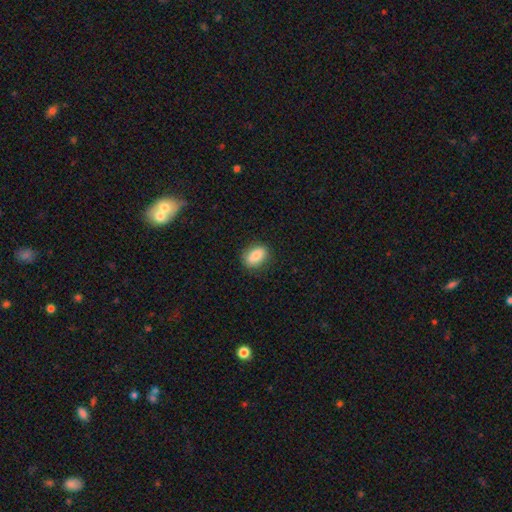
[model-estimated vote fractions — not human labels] smooth 85%, star or artifact 7%, featured or disk 7%. Down the decision tree: how rounded — in between (84%); merging — none (83%).